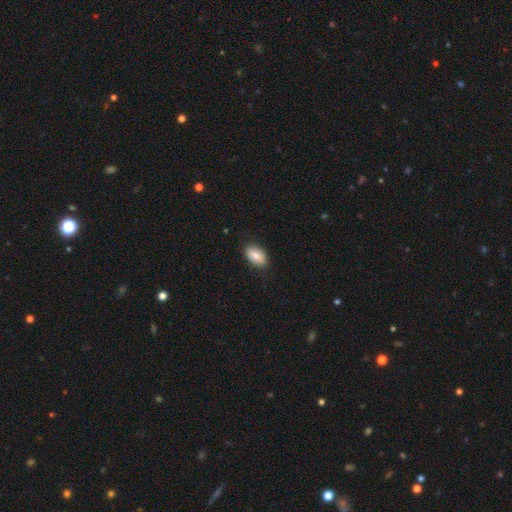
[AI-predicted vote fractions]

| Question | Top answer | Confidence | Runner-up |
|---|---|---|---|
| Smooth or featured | smooth | 80% | featured or disk (13%) |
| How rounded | in between | 90% | round (9%) |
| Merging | none | 85% | minor disturbance (12%) |